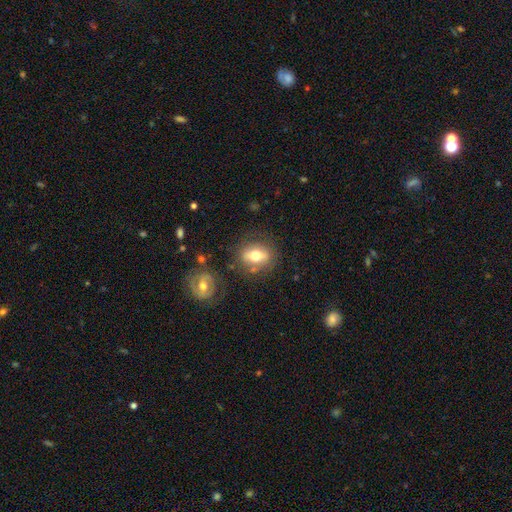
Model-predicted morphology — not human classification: smooth-or-featured: smooth: 59% | featured or disk: 33% | star or artifact: 8%
  how-rounded: in between: 61% | round: 35% | cigar-shaped: 5%
  merging: none: 73% | minor disturbance: 14% | merger: 7% | major disturbance: 5%